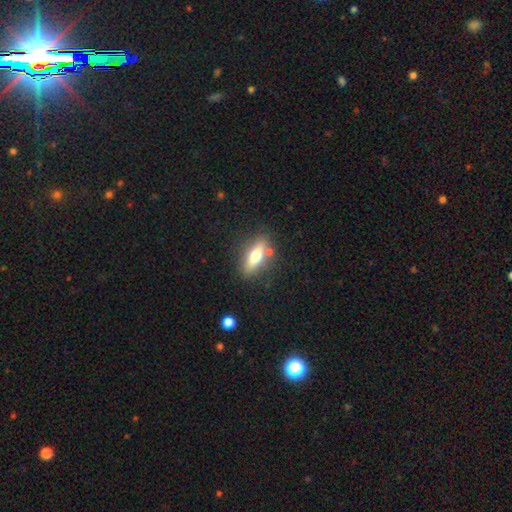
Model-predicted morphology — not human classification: type=smooth (52%); roundness=in between (53%); merging=none (80%).